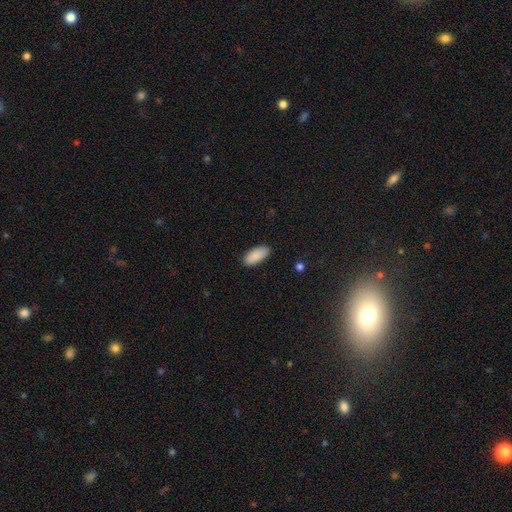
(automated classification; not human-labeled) Overall: smooth (90%). How rounded: in between (89%). Merging: none (88%).